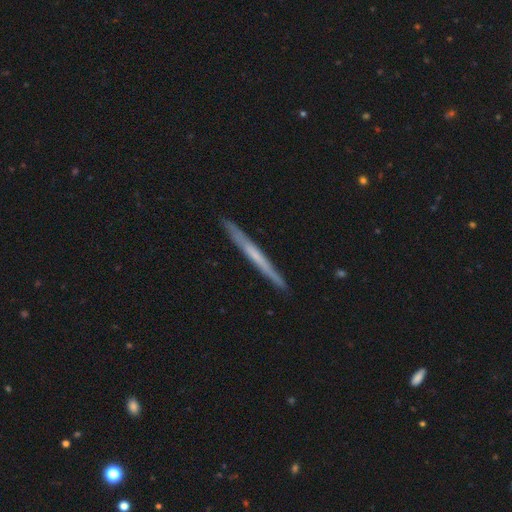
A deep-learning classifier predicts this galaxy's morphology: featured or disk 55%, smooth 40%, star or artifact 6%. Down the decision tree: edge-on disk — yes (96%); edge-on bulge — none (81%); merging — none (91%).